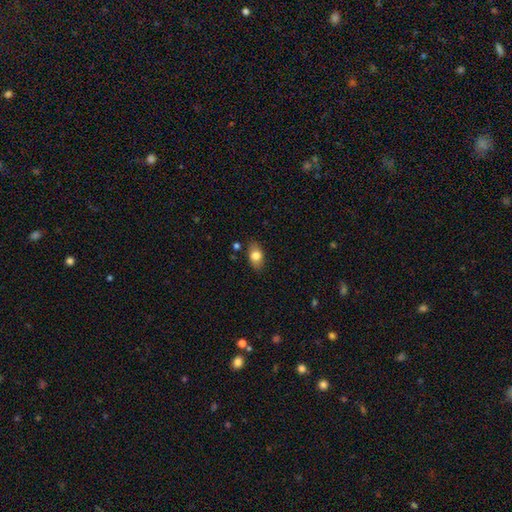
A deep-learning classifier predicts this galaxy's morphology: This is likely a smooth galaxy (79%). How rounded: clearly in between (84%). Merging: clearly none (82%).